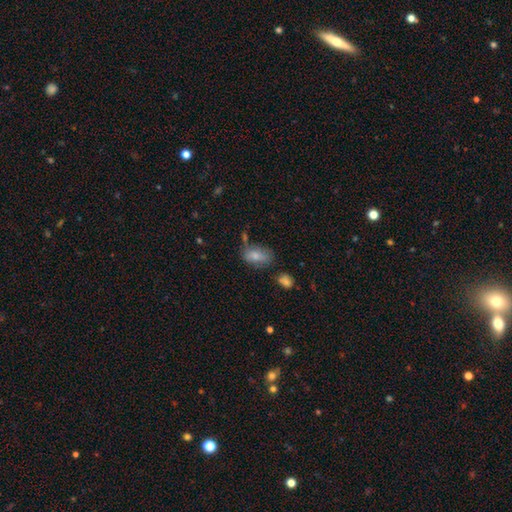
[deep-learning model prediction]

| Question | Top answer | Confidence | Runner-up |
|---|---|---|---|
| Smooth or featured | smooth | 78% | featured or disk (14%) |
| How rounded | in between | 90% | round (8%) |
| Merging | none | 54% | minor disturbance (27%) |